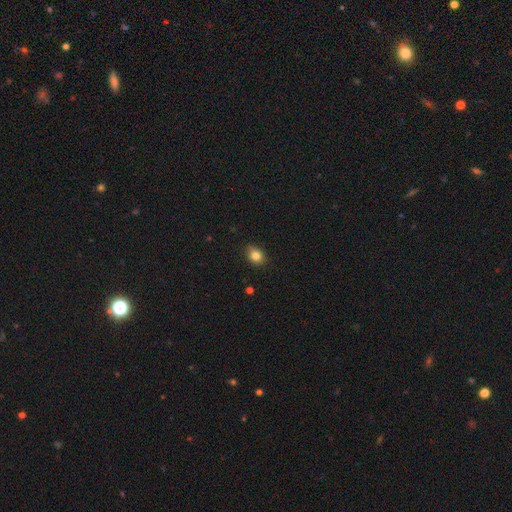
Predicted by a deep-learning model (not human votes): smooth_or_featured: smooth (p=0.82) [alt: star or artifact p=0.11]
how_rounded: in between (p=0.53) [alt: round p=0.46]
merging: none (p=0.80) [alt: minor disturbance p=0.17]